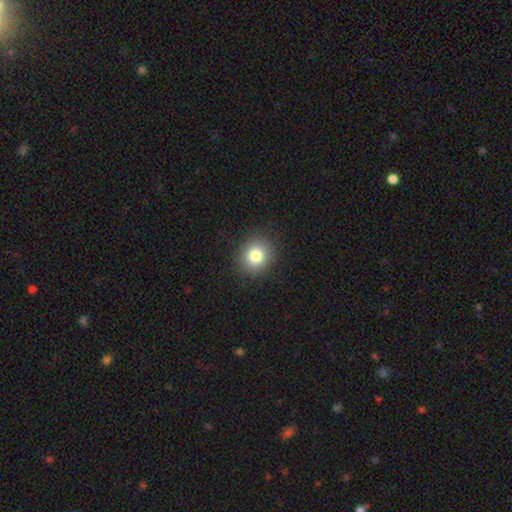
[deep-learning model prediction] Smooth or featured?
  - smooth: 82% *
  - star or artifact: 12%
  - featured or disk: 7%
How rounded?
  - round: 80% *
  - in between: 19%
  - cigar-shaped: 1%
Merging?
  - none: 91% *
  - minor disturbance: 6%
  - major disturbance: 2%
  - merger: 1%